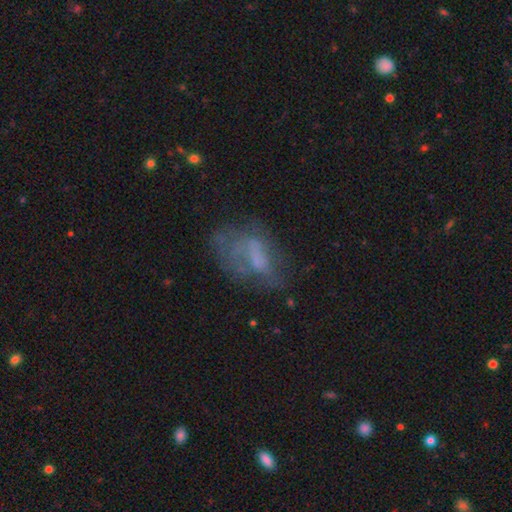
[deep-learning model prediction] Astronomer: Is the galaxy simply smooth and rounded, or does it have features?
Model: featured or disk — 48% (runner-up: smooth, 36%).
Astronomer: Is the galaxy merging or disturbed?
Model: none — 39% (runner-up: major disturbance, 33%).